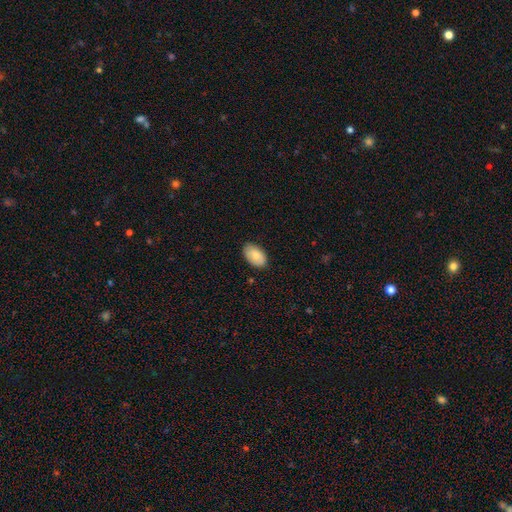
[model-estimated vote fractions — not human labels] Morphology: type=smooth (82%); roundness=in between (94%); merging=none (84%).